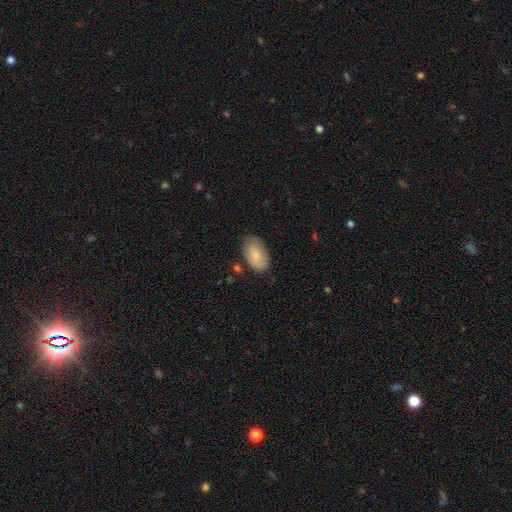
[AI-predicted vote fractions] This appears to be a smooth galaxy with no disk features (80%) that is in between round and cigar-shaped (94%). Merging: none (72%).